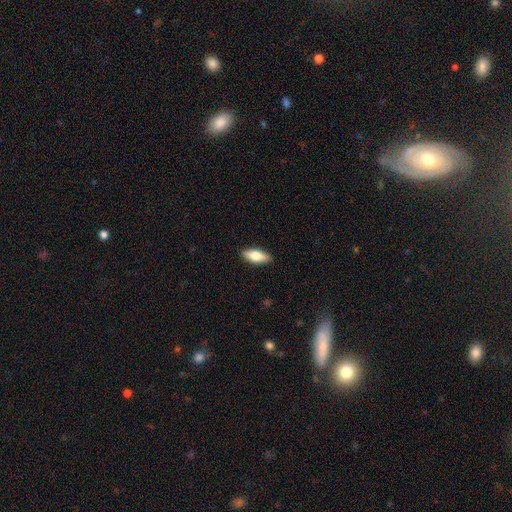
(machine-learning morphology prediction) type=smooth (69%); roundness=in between (74%); merging=none (89%).